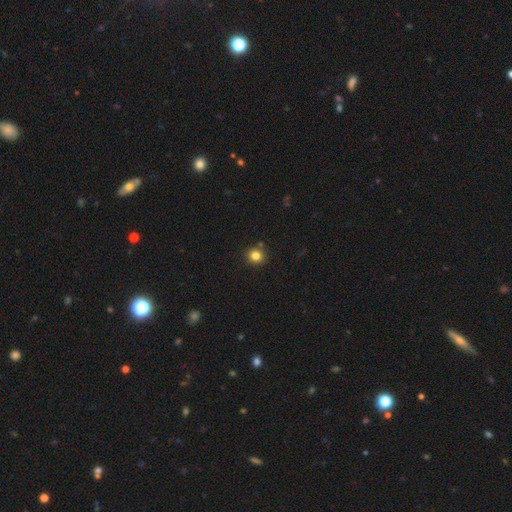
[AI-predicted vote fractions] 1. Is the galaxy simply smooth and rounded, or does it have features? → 82% smooth, 13% star or artifact, 5% featured or disk.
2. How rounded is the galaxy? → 89% round, 10% in between, 1% cigar-shaped.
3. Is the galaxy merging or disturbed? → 86% none, 8% minor disturbance, 4% merger, 2% major disturbance.